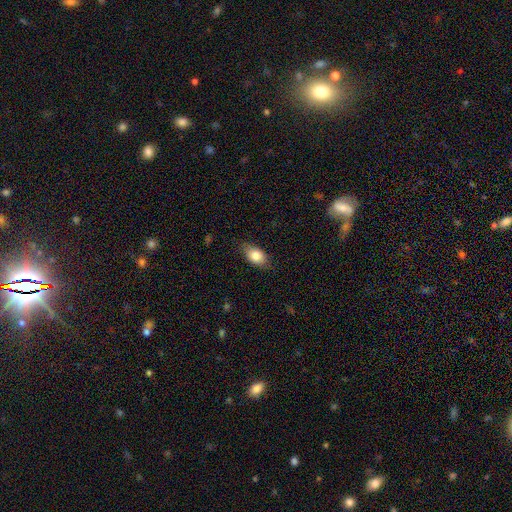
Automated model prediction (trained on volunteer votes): This appears to be a smooth galaxy with no disk features (82%) that is in between round and cigar-shaped (87%). Merging: none (80%).